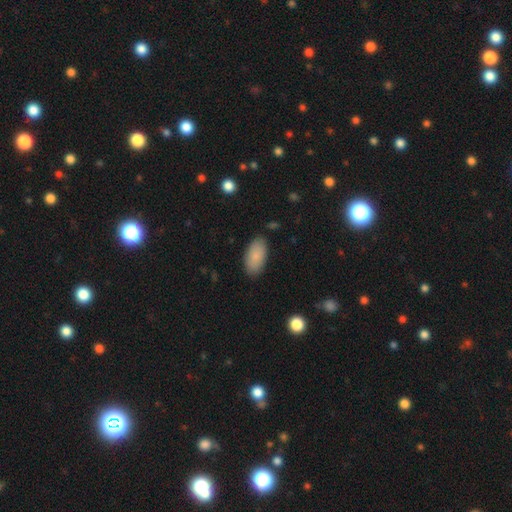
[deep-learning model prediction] Morphology: type=smooth (86%); roundness=in between (94%); merging=none (85%).